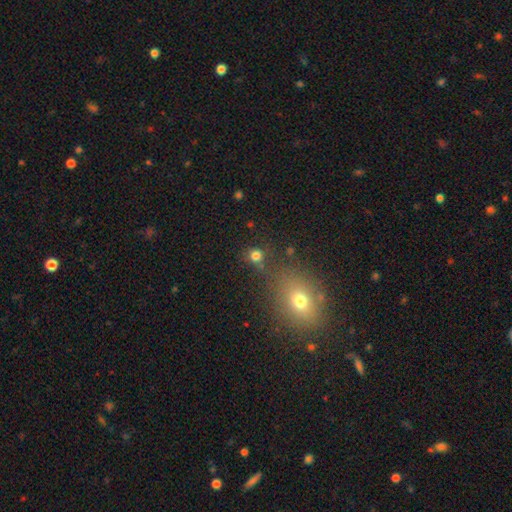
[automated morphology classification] Smooth or featured: smooth — 77% (star or artifact — 17%)
How rounded: round — 85% (in between — 14%)
Merging: none — 68% (merger — 17%)